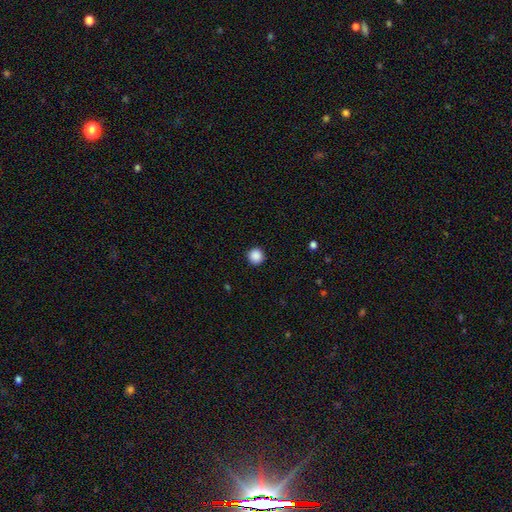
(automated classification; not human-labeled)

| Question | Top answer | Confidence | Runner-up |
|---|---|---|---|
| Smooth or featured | smooth | 88% | star or artifact (9%) |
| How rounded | round | 96% | in between (4%) |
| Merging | none | 93% | minor disturbance (5%) |